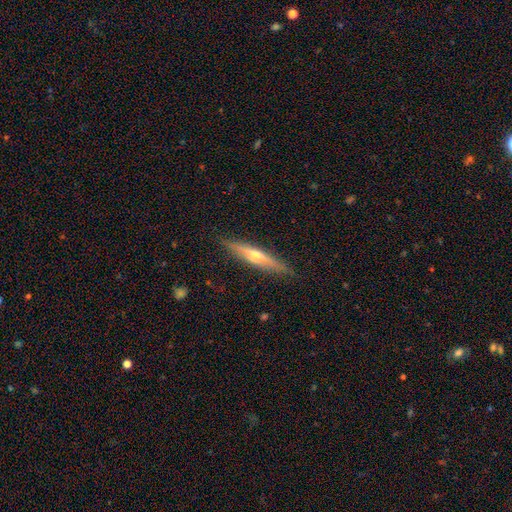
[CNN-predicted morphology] Smooth or featured?
  - featured or disk: 59% *
  - smooth: 35%
  - star or artifact: 6%
Edge-on disk?
  - yes: 94% *
  - no: 6%
Edge-on bulge?
  - rounded: 81% *
  - none: 14%
  - boxy: 5%
Merging?
  - none: 88% *
  - minor disturbance: 9%
  - major disturbance: 2%
  - merger: 1%